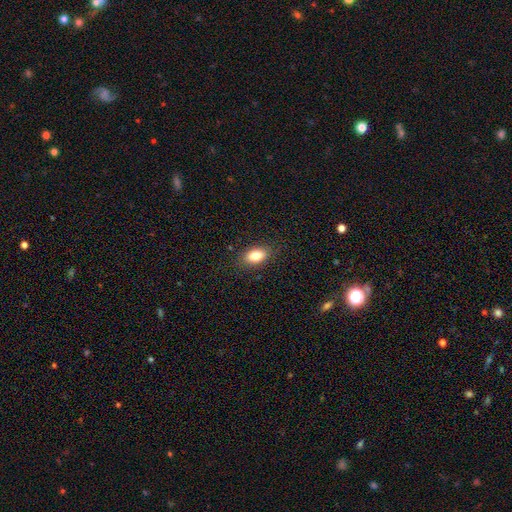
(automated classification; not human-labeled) A smooth galaxy with no disk features (83%) that is in between round and cigar-shaped (88%).

Vote fractions:
- Smooth or featured? smooth: 83% / featured or disk: 9% / star or artifact: 8%
- How rounded? in between: 88% / round: 9% / cigar-shaped: 3%
- Merging? none: 86% / minor disturbance: 10% / major disturbance: 3% / merger: 1%